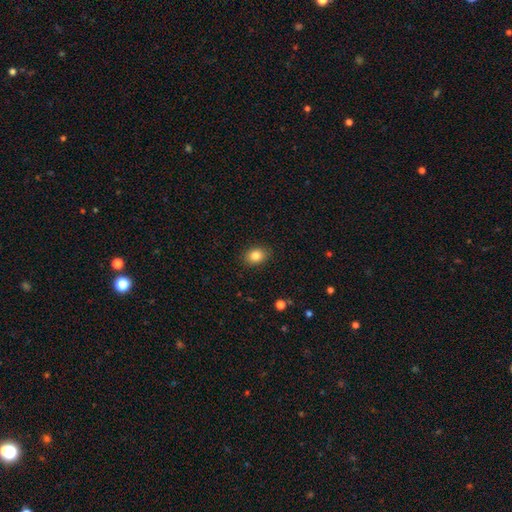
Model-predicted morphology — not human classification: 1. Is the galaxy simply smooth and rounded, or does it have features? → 84% smooth, 9% star or artifact, 6% featured or disk.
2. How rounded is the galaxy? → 63% in between, 36% round, 1% cigar-shaped.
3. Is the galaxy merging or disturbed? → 88% none, 8% minor disturbance, 2% major disturbance, 1% merger.